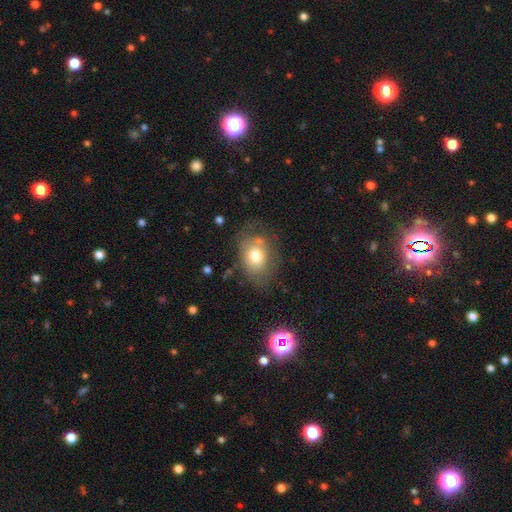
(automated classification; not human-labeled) The model was most divided on "how rounded": in between: 64%, round: 35%, cigar-shaped: 1%. More confident: smooth or featured — smooth (68%); merging — none (55%).